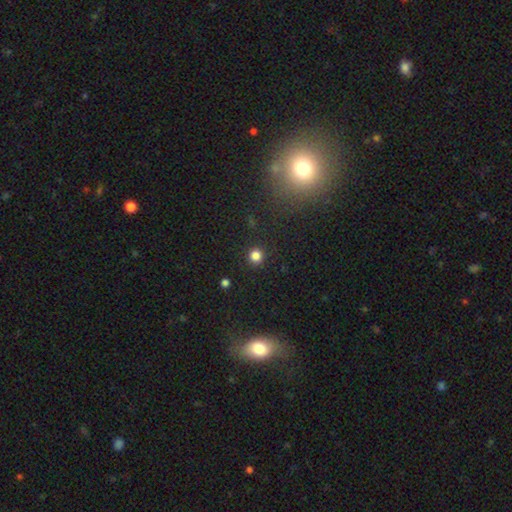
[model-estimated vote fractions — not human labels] Smooth or featured? smooth (82%)
How rounded? round (94%)
Merging? none (91%)